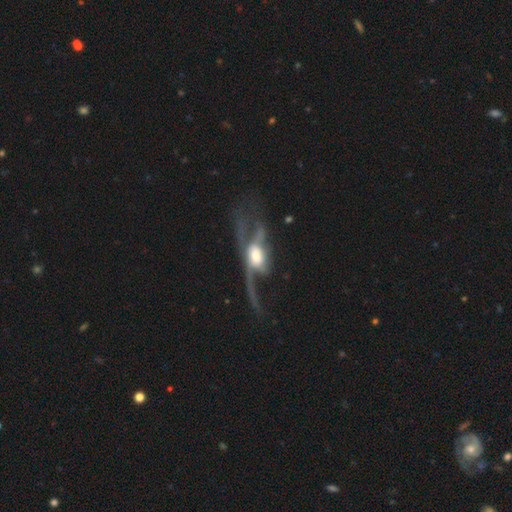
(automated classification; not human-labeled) The model was most divided on "bulge size": large: 42%, moderate: 39%, small: 8%, dominant: 8%, none: 3%. More confident: edge-on disk — no (80%); smooth or featured — featured or disk (74%); spiral arms — yes (69%); bar — no (59%); merging — major disturbance (55%).